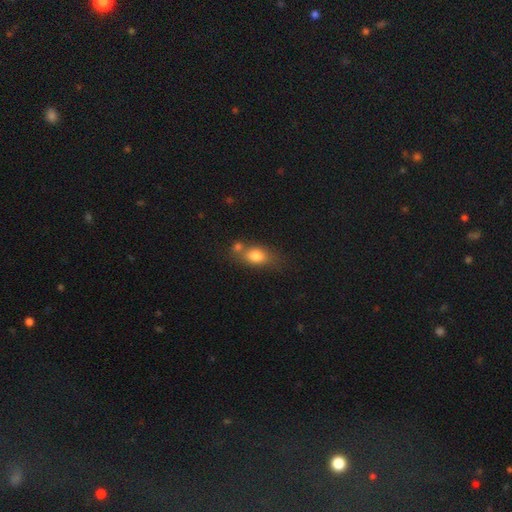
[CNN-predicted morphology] Smooth or featured: smooth — 78% (featured or disk — 13%)
How rounded: in between — 75% (round — 20%)
Merging: none — 48% (merger — 30%)